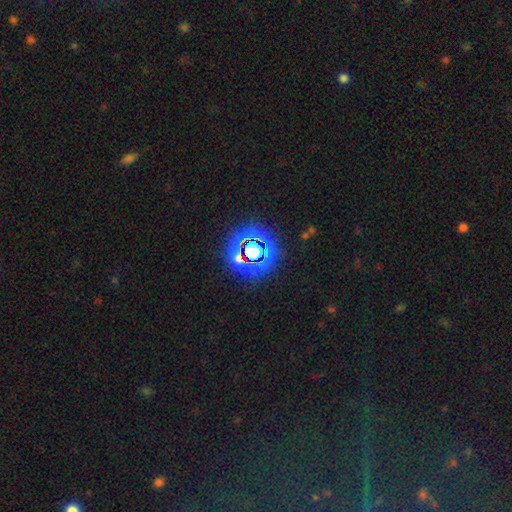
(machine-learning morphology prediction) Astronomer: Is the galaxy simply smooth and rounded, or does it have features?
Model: star or artifact — 76%.